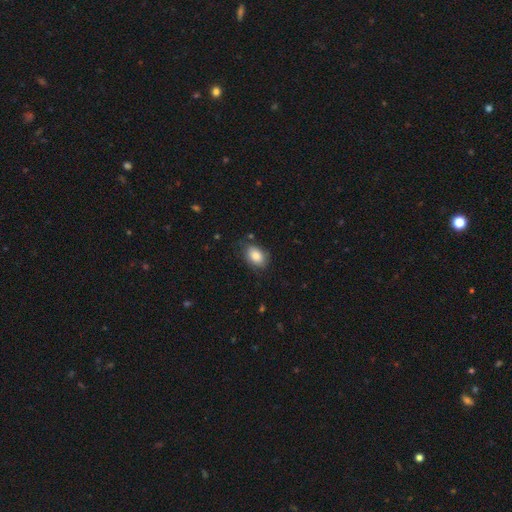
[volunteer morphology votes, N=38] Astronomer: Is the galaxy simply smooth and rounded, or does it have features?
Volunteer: smooth — 95%.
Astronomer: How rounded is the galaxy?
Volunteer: in between — 81%.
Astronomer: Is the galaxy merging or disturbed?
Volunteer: none — 65%.